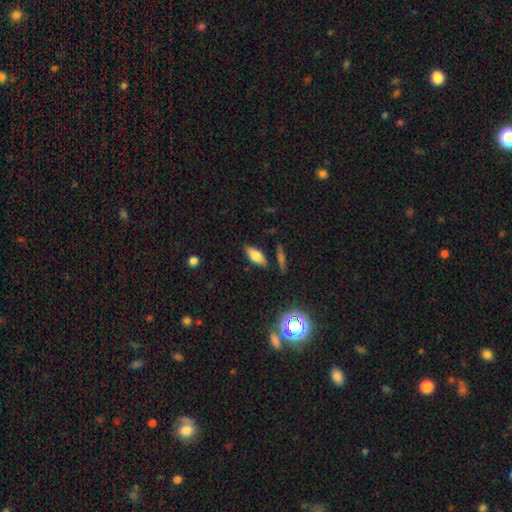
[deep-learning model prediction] This appears to be a smooth galaxy with no disk features (71%) that is in between round and cigar-shaped (74%). Merging: none (81%).